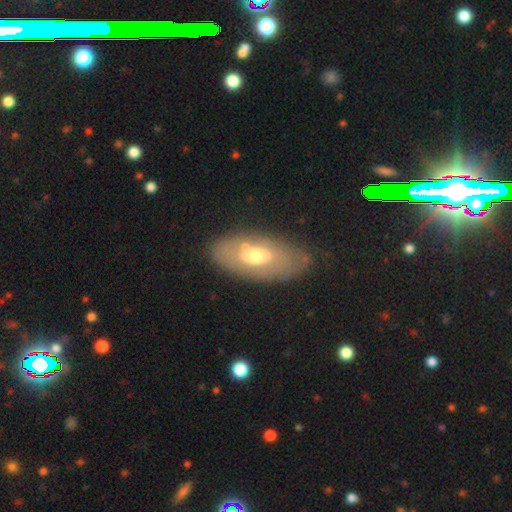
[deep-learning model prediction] Morphology: type=featured or disk (48%); merging=none (70%).